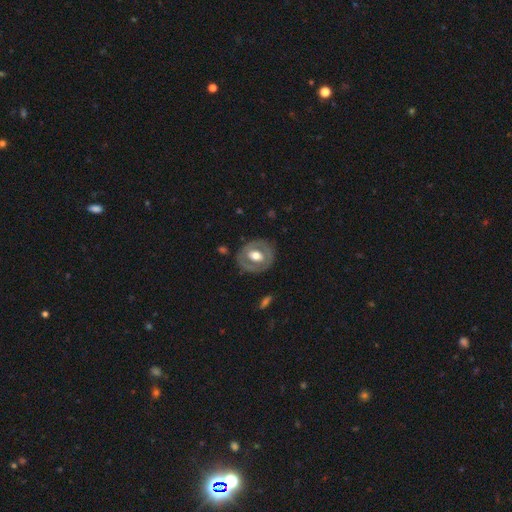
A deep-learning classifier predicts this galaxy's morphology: Q: Smooth or featured?
A: featured or disk (56%); runner-up: smooth (39%)
Q: Edge-on disk?
A: no (94%); runner-up: yes (6%)
Q: Bar?
A: no (59%); runner-up: weak (28%)
Q: Spiral arms?
A: no (80%); runner-up: yes (20%)
Q: Bulge size?
A: moderate (63%); runner-up: large (29%)
Q: Merging?
A: none (81%); runner-up: minor disturbance (13%)